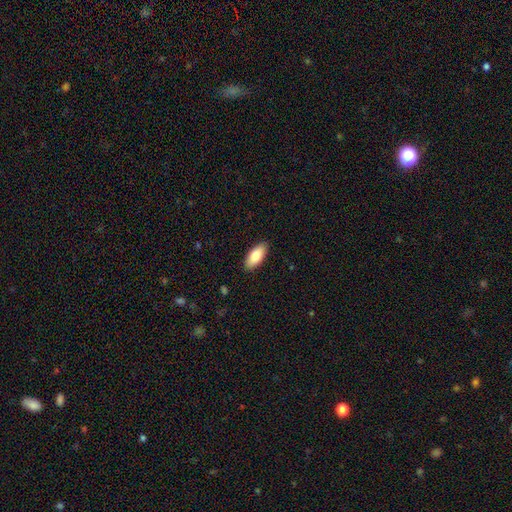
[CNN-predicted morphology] Smooth or featured? Predicted: smooth (p=0.81). How rounded? Predicted: in between (p=0.86). Merging? Predicted: none (p=0.89).